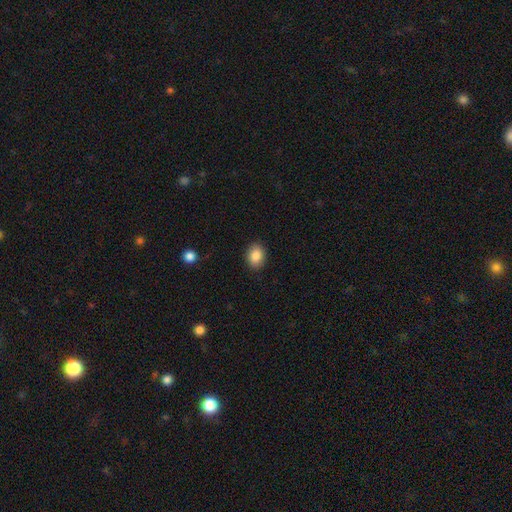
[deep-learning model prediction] A smooth galaxy with no disk features (86%) that is in between round and cigar-shaped (63%).

Vote fractions:
- Smooth or featured? smooth: 86% / star or artifact: 8% / featured or disk: 5%
- How rounded? in between: 63% / round: 36% / cigar-shaped: 1%
- Merging? none: 89% / minor disturbance: 8% / major disturbance: 2% / merger: 1%